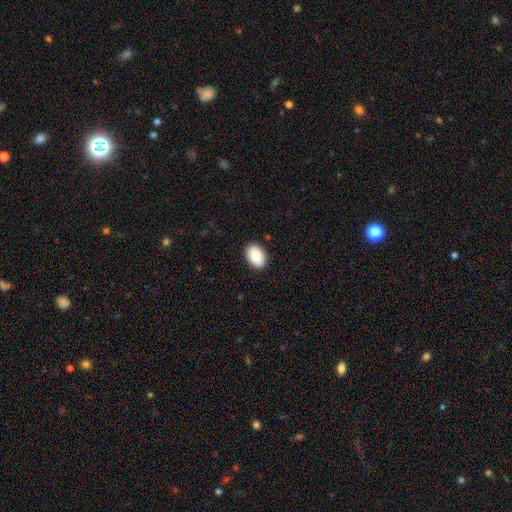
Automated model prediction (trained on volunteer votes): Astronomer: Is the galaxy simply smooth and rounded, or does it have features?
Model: smooth — 84%.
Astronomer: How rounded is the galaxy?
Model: in between — 83%.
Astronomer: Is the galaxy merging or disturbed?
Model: none — 90%.